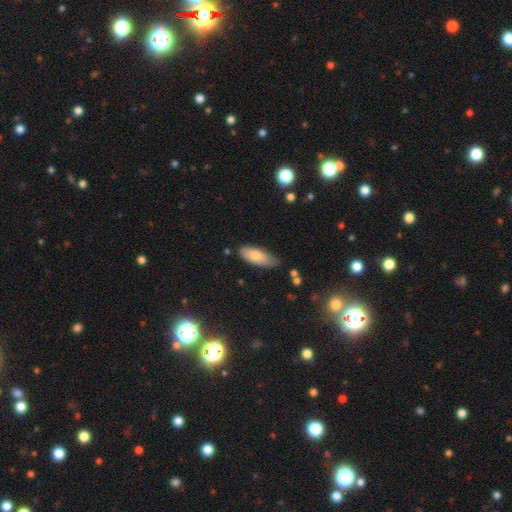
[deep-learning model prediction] Smooth or featured?
  - smooth: 79% *
  - featured or disk: 15%
  - star or artifact: 6%
How rounded?
  - in between: 77% *
  - cigar-shaped: 21%
  - round: 2%
Merging?
  - none: 65% *
  - minor disturbance: 28%
  - major disturbance: 4%
  - merger: 3%